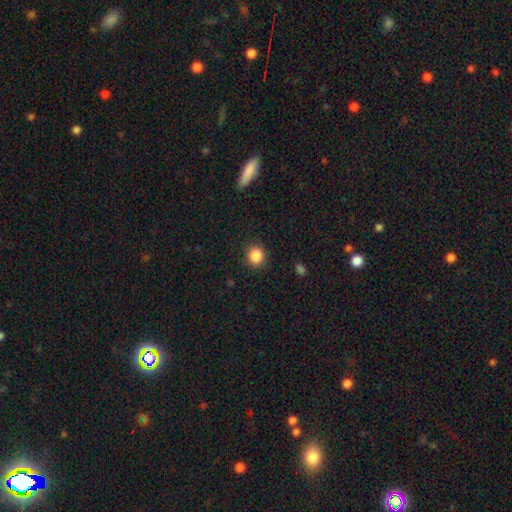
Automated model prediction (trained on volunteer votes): Smooth or featured?
  - smooth: 86% *
  - star or artifact: 10%
  - featured or disk: 4%
How rounded?
  - round: 80% *
  - in between: 19%
  - cigar-shaped: 1%
Merging?
  - none: 88% *
  - minor disturbance: 8%
  - major disturbance: 3%
  - merger: 1%